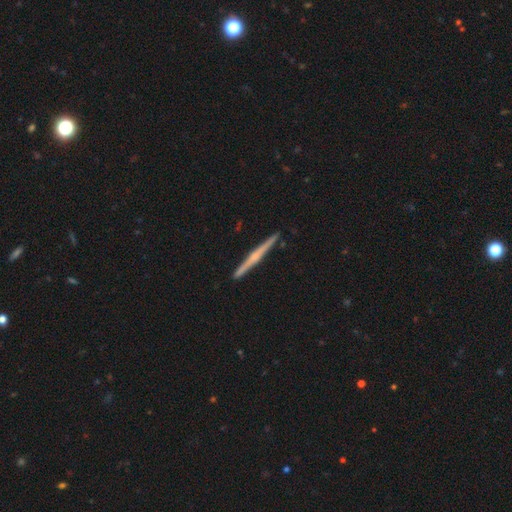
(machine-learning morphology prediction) Smooth or featured: featured or disk — 72% (smooth — 23%)
Edge-on disk: yes — 98% (no — 2%)
Edge-on bulge: rounded — 66% (none — 25%)
Merging: none — 92% (minor disturbance — 5%)